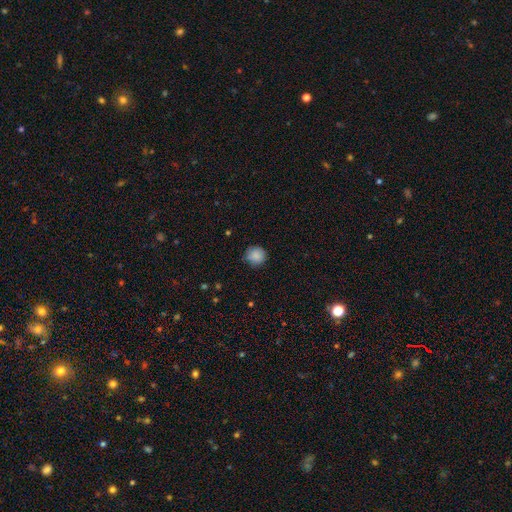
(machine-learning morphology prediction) smooth_or_featured: smooth (p=0.86) [alt: star or artifact p=0.09]
how_rounded: round (p=0.91) [alt: in between p=0.08]
merging: none (p=0.80) [alt: minor disturbance p=0.16]